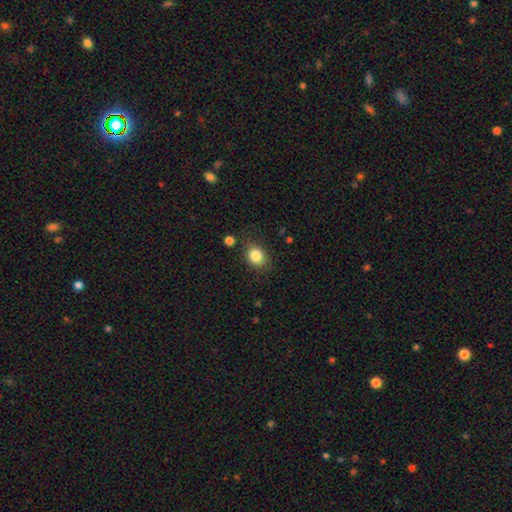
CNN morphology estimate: Smooth or featured? Predicted: smooth (p=0.84). How rounded? Predicted: round (p=0.58). Merging? Predicted: none (p=0.79).